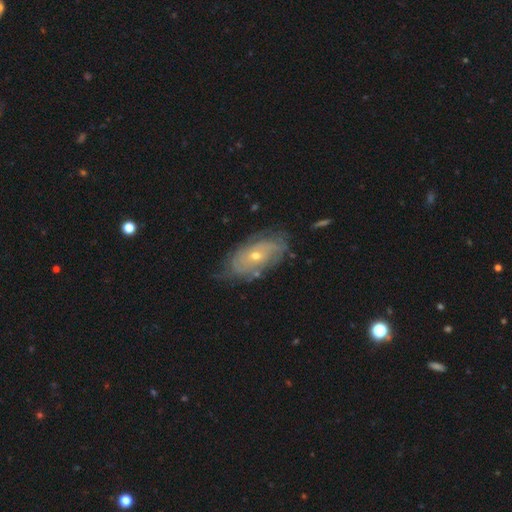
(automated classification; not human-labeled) Smooth or featured? featured or disk (69%)
Edge-on disk? no (91%)
Bar? no (80%)
Spiral arms? yes (74%)
Bulge size? small (59%)
Merging? none (67%)